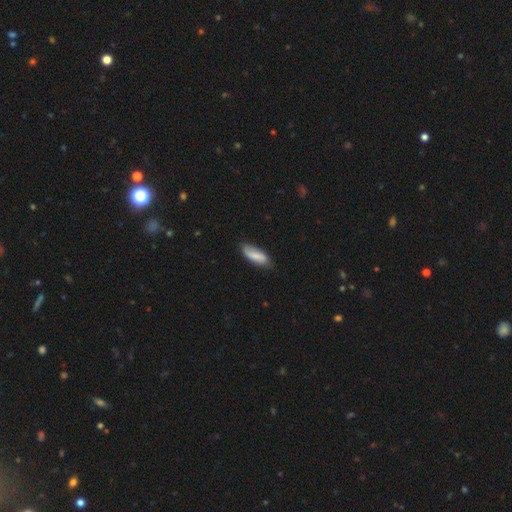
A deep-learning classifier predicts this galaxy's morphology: Smooth or featured?
  - smooth: 74% *
  - featured or disk: 20%
  - star or artifact: 6%
How rounded?
  - in between: 69% *
  - cigar-shaped: 29%
  - round: 2%
Merging?
  - none: 71% *
  - minor disturbance: 23%
  - major disturbance: 4%
  - merger: 2%